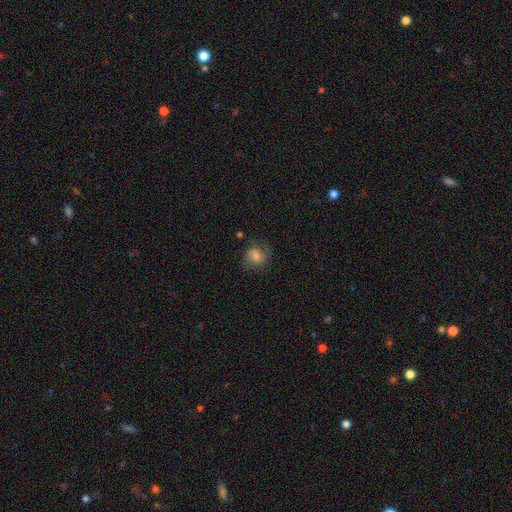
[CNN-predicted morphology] Overall: smooth (47%; featured or disk 40%). Merging: none (71%).